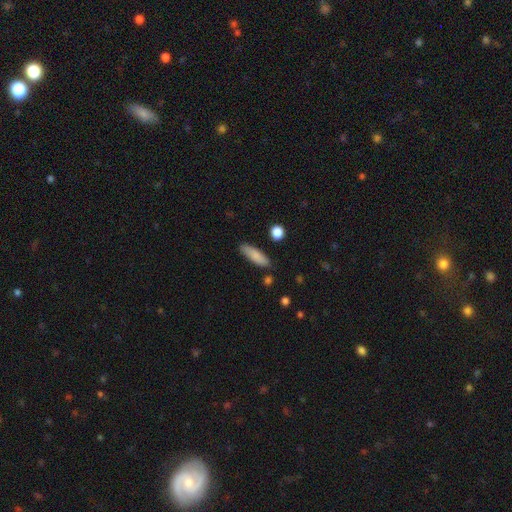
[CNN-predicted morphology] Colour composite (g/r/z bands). It shows a smooth galaxy with no disk features (83%) that is cigar-shaped (51%). Merging: none (82%).